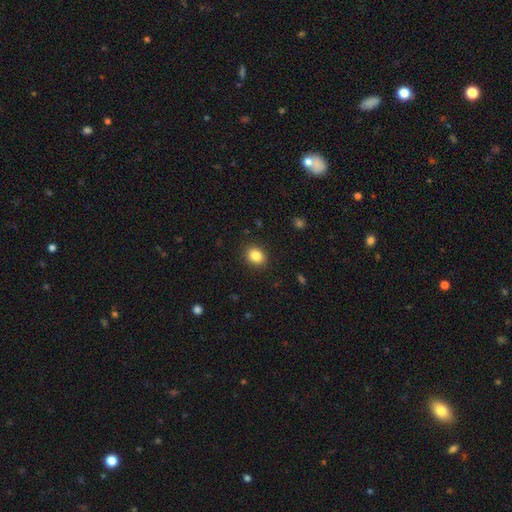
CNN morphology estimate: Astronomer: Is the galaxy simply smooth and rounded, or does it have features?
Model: smooth — 85%.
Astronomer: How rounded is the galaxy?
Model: round — 51% (runner-up: in between, 48%).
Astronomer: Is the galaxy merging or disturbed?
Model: none — 89%.